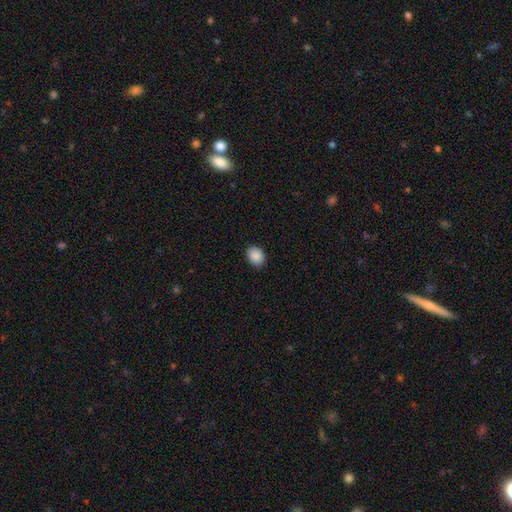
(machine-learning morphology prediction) Q: Smooth or featured?
A: smooth (89%); runner-up: star or artifact (8%)
Q: How rounded?
A: in between (57%); runner-up: round (42%)
Q: Merging?
A: none (89%); runner-up: minor disturbance (8%)